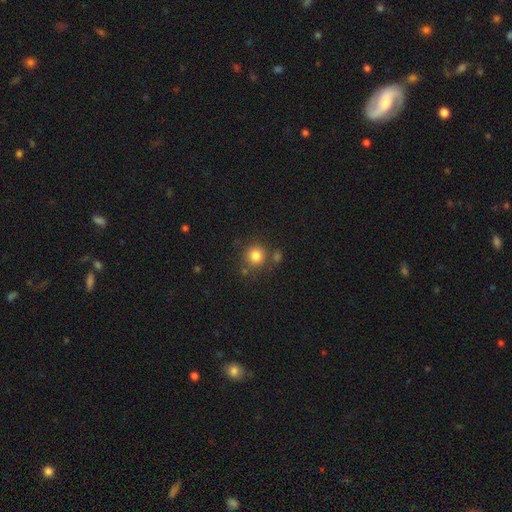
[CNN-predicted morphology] A smooth galaxy with no disk features (81%) that is round (91%).

Vote fractions:
- Smooth or featured? smooth: 81% / star or artifact: 12% / featured or disk: 7%
- How rounded? round: 91% / in between: 8% / cigar-shaped: 1%
- Merging? none: 76% / merger: 11% / minor disturbance: 10% / major disturbance: 4%